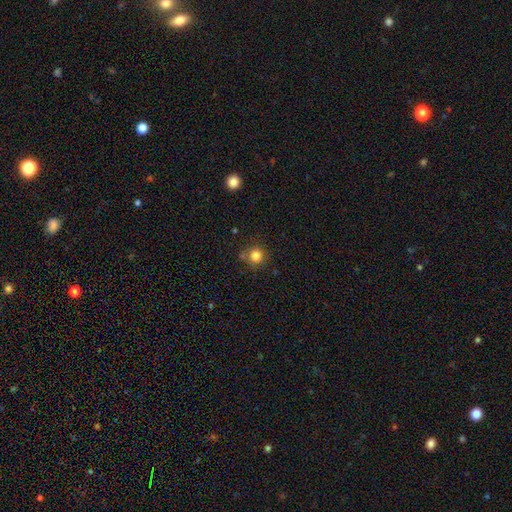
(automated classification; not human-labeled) Overall: smooth (82%). How rounded: round (92%). Merging: none (77%).